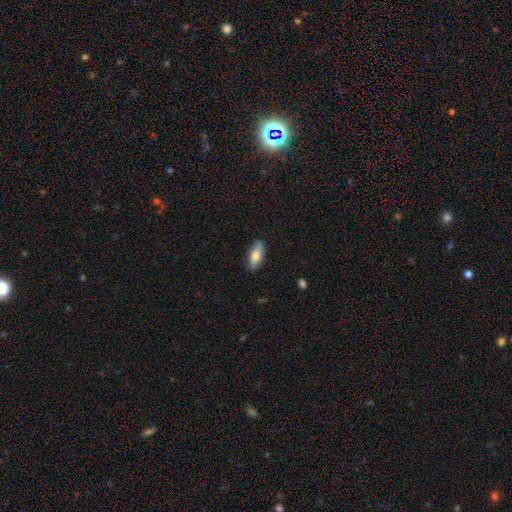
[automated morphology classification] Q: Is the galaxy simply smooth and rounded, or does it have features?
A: smooth — 80%.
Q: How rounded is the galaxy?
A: in between — 80%.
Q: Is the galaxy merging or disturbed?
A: none — 81%.